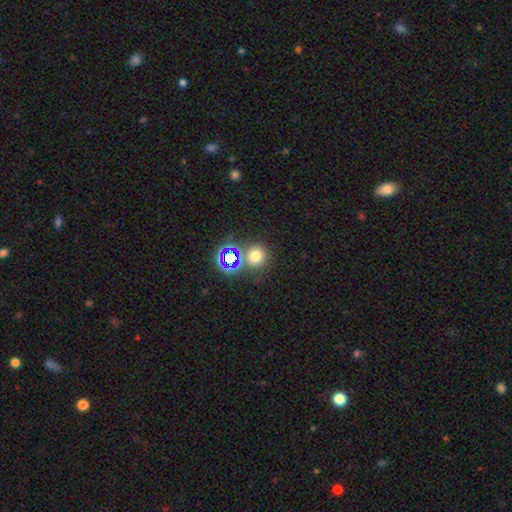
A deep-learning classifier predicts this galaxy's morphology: This is likely a smooth galaxy (63%). How rounded: clearly round (86%). Merging: likely none (70%).